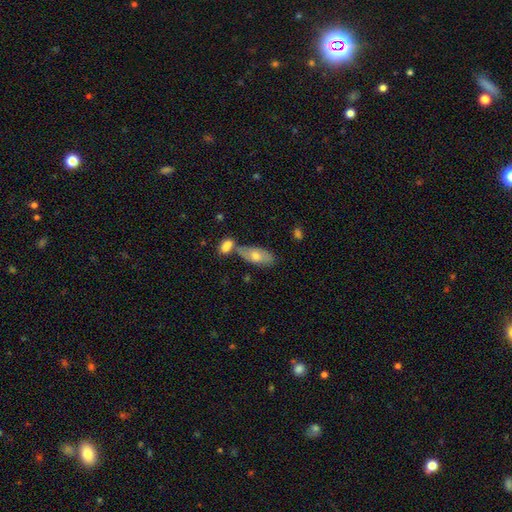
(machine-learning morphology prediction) smooth-or-featured: smooth: 65% | featured or disk: 28% | star or artifact: 6%
  how-rounded: in between: 82% | cigar-shaped: 15% | round: 3%
  merging: none: 51% | merger: 30% | minor disturbance: 15% | major disturbance: 4%